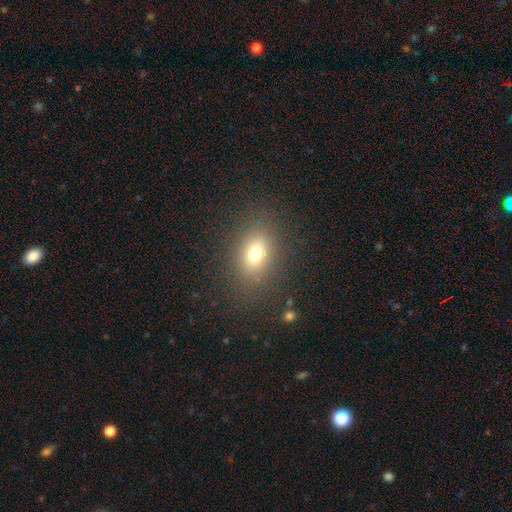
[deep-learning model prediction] A smooth galaxy with no disk features (69%) that is in between round and cigar-shaped (72%).

Vote fractions:
- Smooth or featured? smooth: 69% / star or artifact: 20% / featured or disk: 11%
- How rounded? in between: 72% / round: 25% / cigar-shaped: 3%
- Merging? none: 88% / minor disturbance: 7% / major disturbance: 3% / merger: 2%